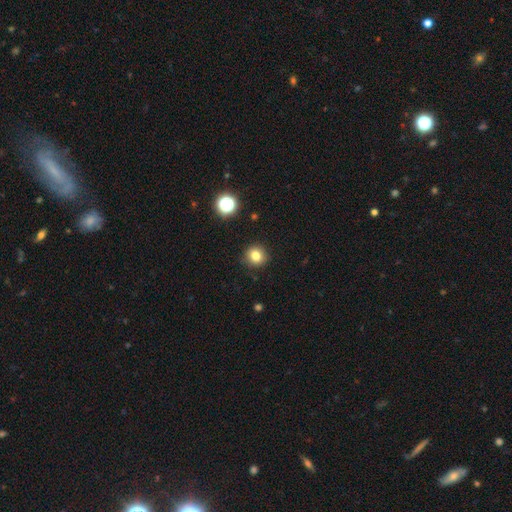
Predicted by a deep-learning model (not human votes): smooth-or-featured: smooth: 80% | star or artifact: 13% | featured or disk: 7%
  how-rounded: round: 90% | in between: 9% | cigar-shaped: 1%
  merging: none: 90% | minor disturbance: 7% | major disturbance: 2% | merger: 1%